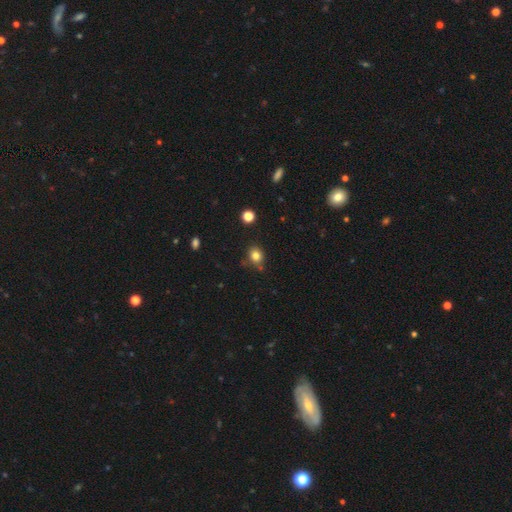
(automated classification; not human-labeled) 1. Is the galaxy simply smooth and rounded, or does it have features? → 81% smooth, 12% star or artifact, 6% featured or disk.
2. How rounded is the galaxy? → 62% round, 37% in between, 1% cigar-shaped.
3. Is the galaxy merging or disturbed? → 74% none, 18% minor disturbance, 5% merger, 4% major disturbance.